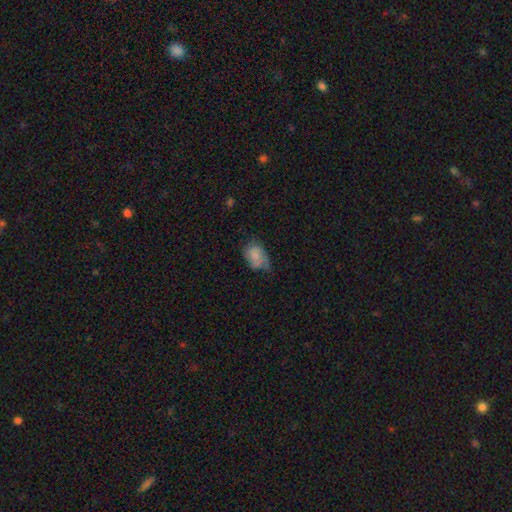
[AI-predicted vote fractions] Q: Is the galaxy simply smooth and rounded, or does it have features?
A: smooth — 70%.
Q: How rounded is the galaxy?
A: in between — 81%.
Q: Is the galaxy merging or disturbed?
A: minor disturbance — 39%.